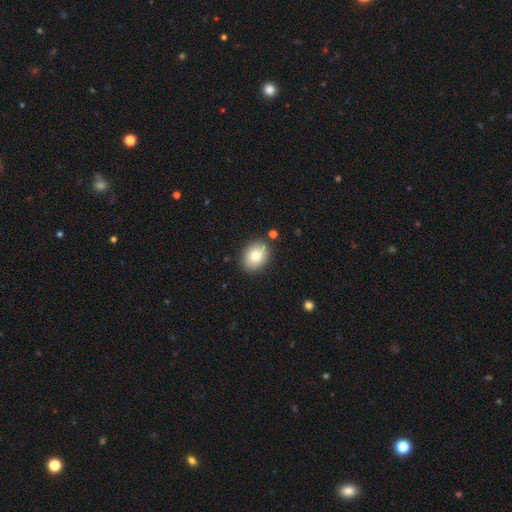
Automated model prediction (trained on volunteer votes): Smooth or featured: smooth — 82% (featured or disk — 10%)
How rounded: in between — 59% (round — 40%)
Merging: none — 85% (minor disturbance — 10%)